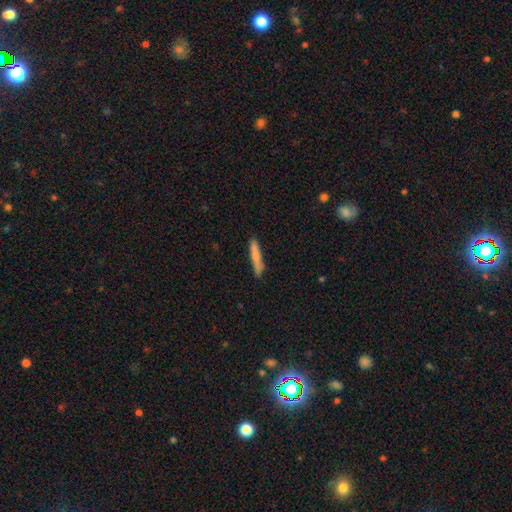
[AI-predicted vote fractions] Smooth or featured?
  - smooth: 73% *
  - featured or disk: 21%
  - star or artifact: 6%
How rounded?
  - cigar-shaped: 94% *
  - in between: 5%
  - round: 1%
Merging?
  - none: 84% *
  - minor disturbance: 12%
  - major disturbance: 2%
  - merger: 2%